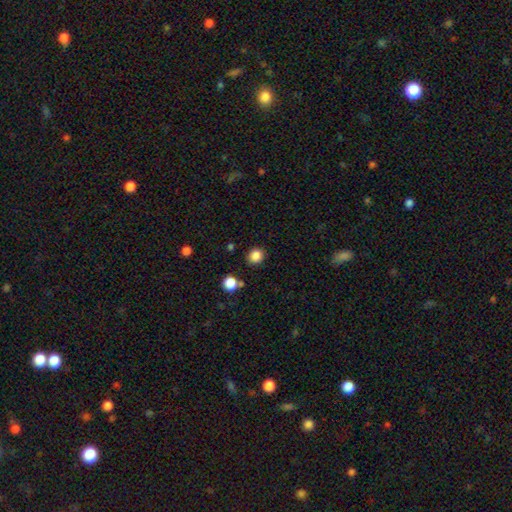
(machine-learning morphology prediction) Smooth or featured?
  - smooth: 85% *
  - star or artifact: 12%
  - featured or disk: 4%
How rounded?
  - round: 84% *
  - in between: 16%
  - cigar-shaped: 1%
Merging?
  - none: 87% *
  - minor disturbance: 7%
  - merger: 3%
  - major disturbance: 2%